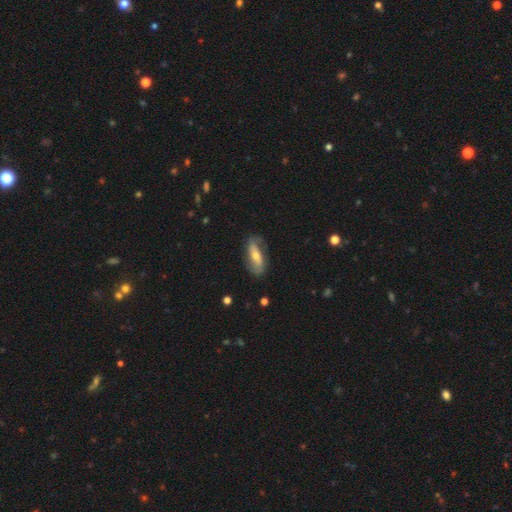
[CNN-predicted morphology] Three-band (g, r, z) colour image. It shows a featured or disk galaxy (62%) with a strong bar (37%), spiral arms (78%) and a moderate central bulge (54%). Merging: none (76%).